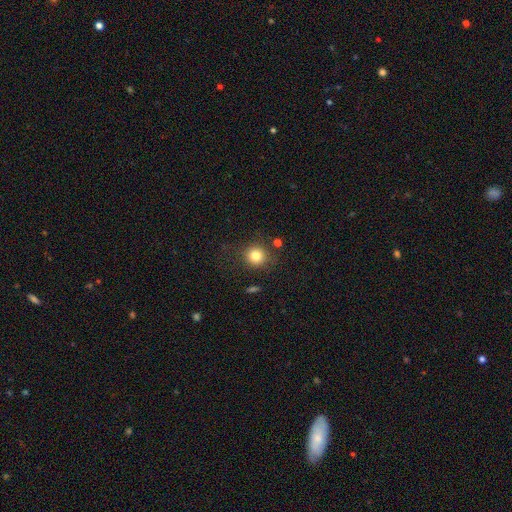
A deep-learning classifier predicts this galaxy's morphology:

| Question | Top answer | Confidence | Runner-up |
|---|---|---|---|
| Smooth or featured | smooth | 81% | star or artifact (12%) |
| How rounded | round | 91% | in between (8%) |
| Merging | none | 82% | minor disturbance (10%) |